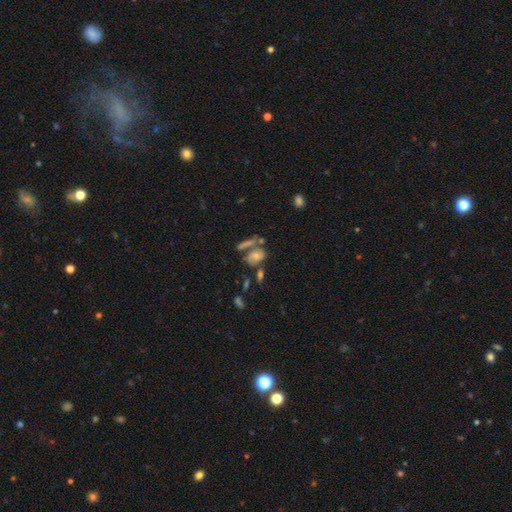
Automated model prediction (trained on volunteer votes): Smooth or featured?
  - smooth: 49% *
  - featured or disk: 36%
  - star or artifact: 16%
Merging?
  - none: 44% *
  - merger: 29%
  - minor disturbance: 16%
  - major disturbance: 11%